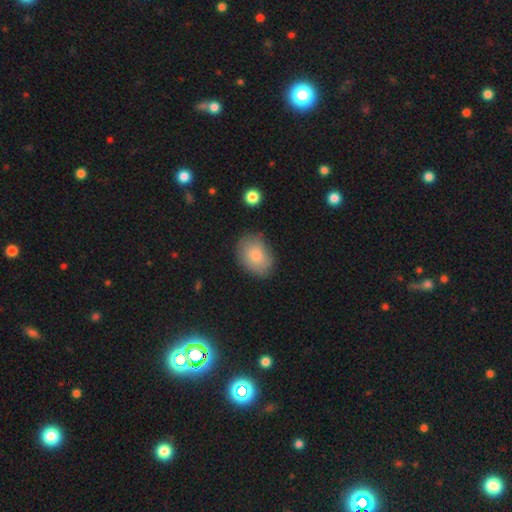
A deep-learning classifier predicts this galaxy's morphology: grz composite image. It shows a smooth galaxy with no disk features (80%) that is in between round and cigar-shaped (73%). Merging: none (78%).